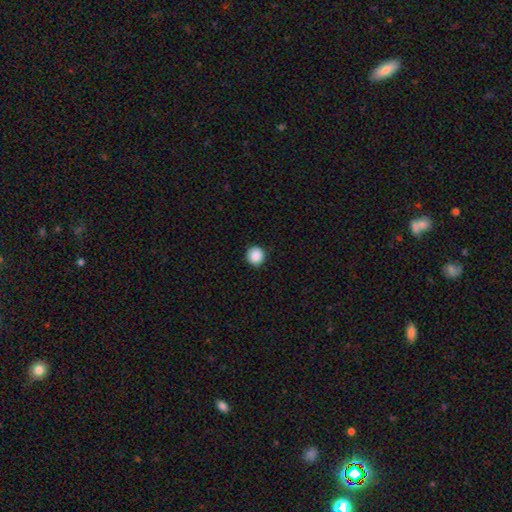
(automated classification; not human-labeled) Smooth or featured: smooth — 89% (star or artifact — 9%)
How rounded: round — 94% (in between — 5%)
Merging: none — 92% (minor disturbance — 5%)